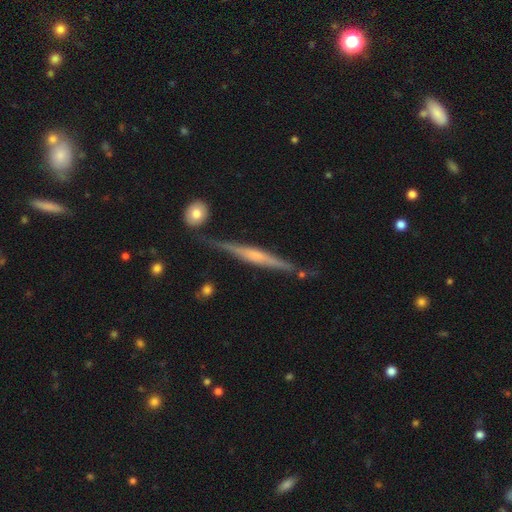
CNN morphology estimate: A featured or disk galaxy (75%) viewed edge-on (97%) with a rounded central bulge (50%). Merging: none (81%).